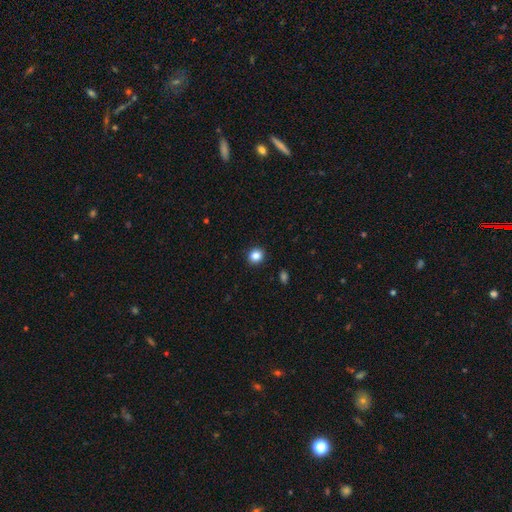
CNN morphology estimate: smooth-or-featured: smooth: 85% | star or artifact: 10% | featured or disk: 4%
  how-rounded: round: 84% | in between: 15% | cigar-shaped: 1%
  merging: none: 92% | minor disturbance: 5% | major disturbance: 2% | merger: 1%